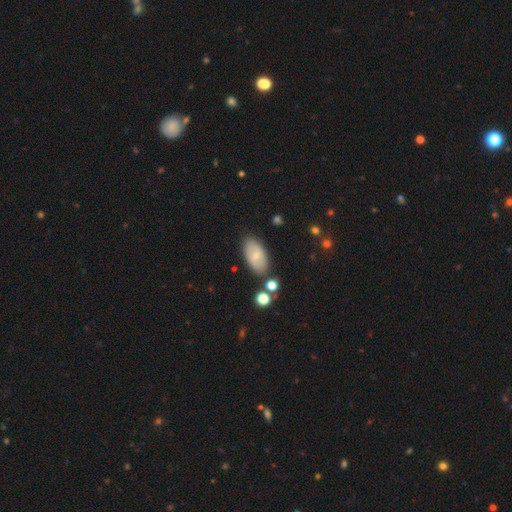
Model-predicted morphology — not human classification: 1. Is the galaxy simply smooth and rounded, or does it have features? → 67% smooth, 26% featured or disk, 7% star or artifact.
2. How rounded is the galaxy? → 93% in between, 4% round, 3% cigar-shaped.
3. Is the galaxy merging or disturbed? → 80% none, 13% minor disturbance, 4% merger, 3% major disturbance.